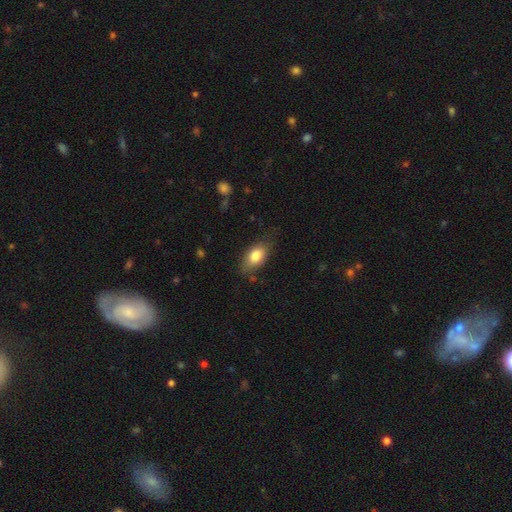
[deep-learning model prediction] Smooth or featured? smooth (81%)
How rounded? in between (88%)
Merging? none (73%)